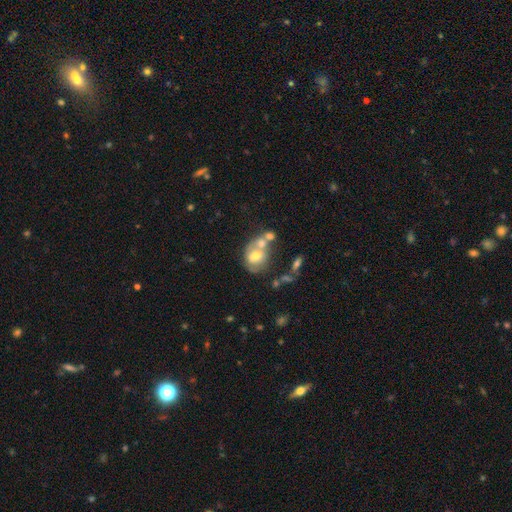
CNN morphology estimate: The model was most divided on "smooth or featured": smooth: 48%, featured or disk: 42%, star or artifact: 9%. Remaining: merging — merger (49%).